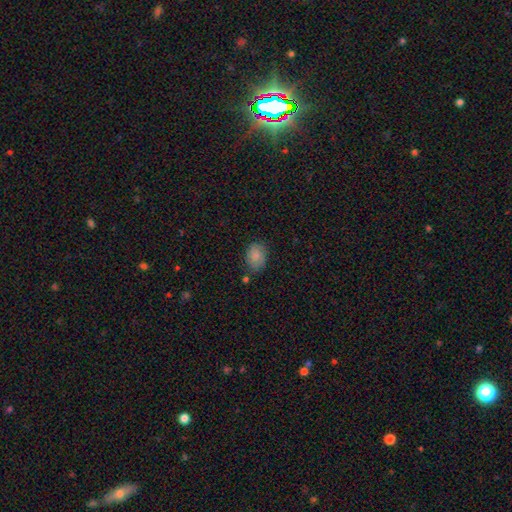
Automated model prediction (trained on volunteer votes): This is clearly a smooth galaxy (84%). How rounded: likely in between (75%). Merging: likely none (74%).